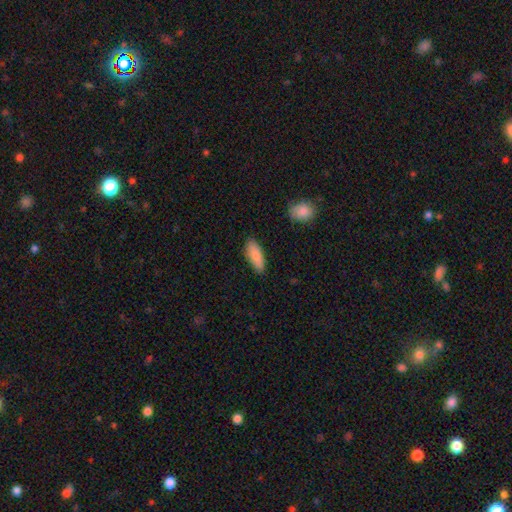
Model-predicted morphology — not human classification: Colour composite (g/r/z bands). It shows a smooth galaxy with no disk features (85%) that is in between round and cigar-shaped (66%). Merging: none (86%).